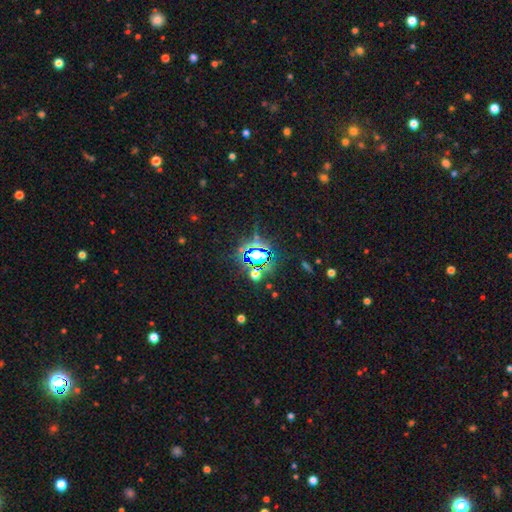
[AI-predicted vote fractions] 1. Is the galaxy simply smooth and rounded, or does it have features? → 79% star or artifact, 13% smooth, 8% featured or disk.